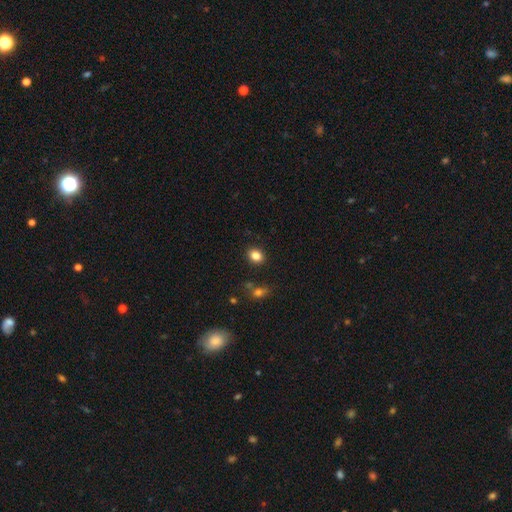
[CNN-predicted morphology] Smooth or featured? smooth (84%)
How rounded? in between (53%)
Merging? none (87%)